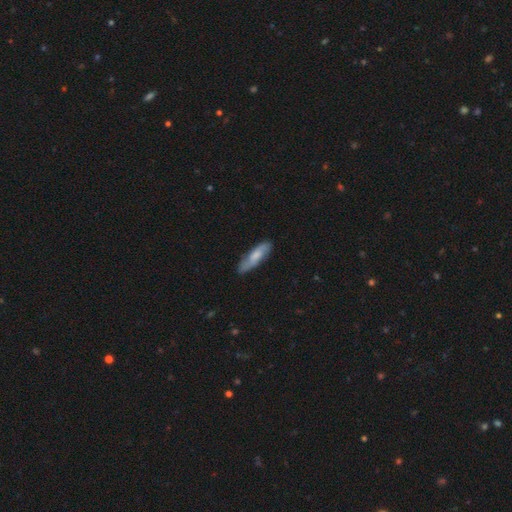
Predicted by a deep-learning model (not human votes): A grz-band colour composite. It shows a smooth galaxy with no disk features (62%) that is cigar-shaped (61%). Merging: none (79%).